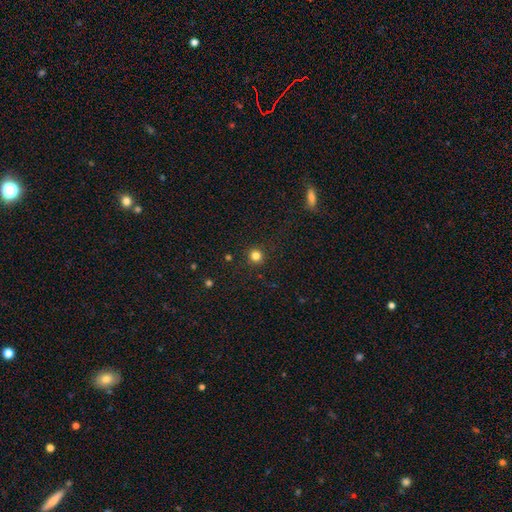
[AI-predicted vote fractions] Smooth or featured? smooth (82%)
How rounded? round (94%)
Merging? none (91%)